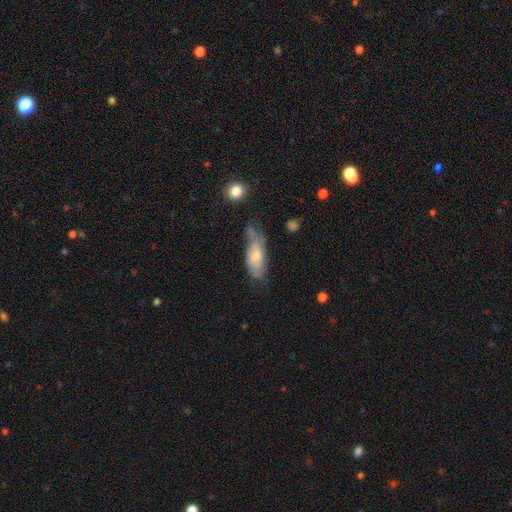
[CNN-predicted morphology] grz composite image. It shows a smooth galaxy with no disk features (54%) that is in between round and cigar-shaped (76%). Merging: none (41%).